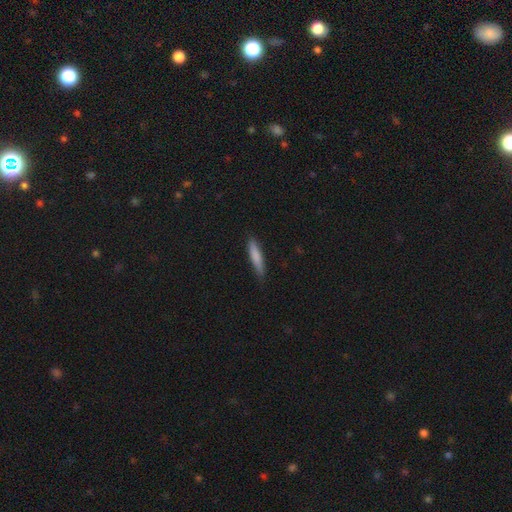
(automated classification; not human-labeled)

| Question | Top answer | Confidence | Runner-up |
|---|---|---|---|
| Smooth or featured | smooth | 82% | featured or disk (12%) |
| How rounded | cigar-shaped | 83% | in between (16%) |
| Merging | none | 81% | minor disturbance (15%) |